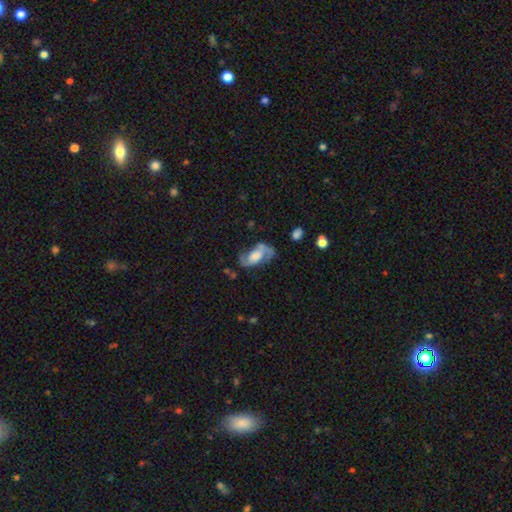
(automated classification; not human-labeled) Overall: featured or disk (80%). Edge-on disk: no (96%). Bar: no (52%; weak 36%). Spiral arms: yes (92%). Spiral arm count: 2 (90%). Spiral winding: medium (46%; loose 38%). Bulge size: large (43%; moderate 25%). Merging: none (64%).